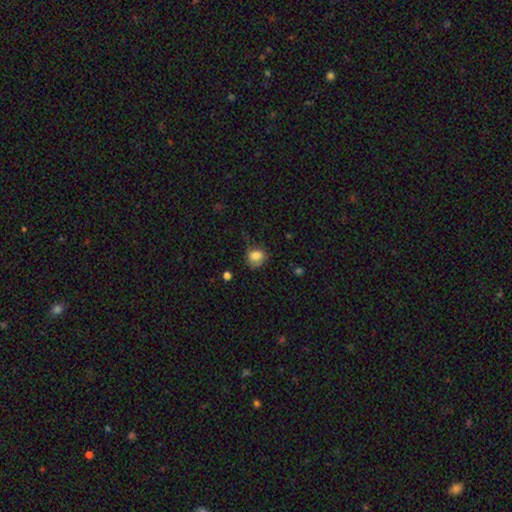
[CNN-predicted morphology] Smooth or featured?
  - smooth: 82% *
  - star or artifact: 10%
  - featured or disk: 9%
How rounded?
  - round: 64% *
  - in between: 35%
  - cigar-shaped: 1%
Merging?
  - none: 58% *
  - minor disturbance: 29%
  - major disturbance: 11%
  - merger: 2%